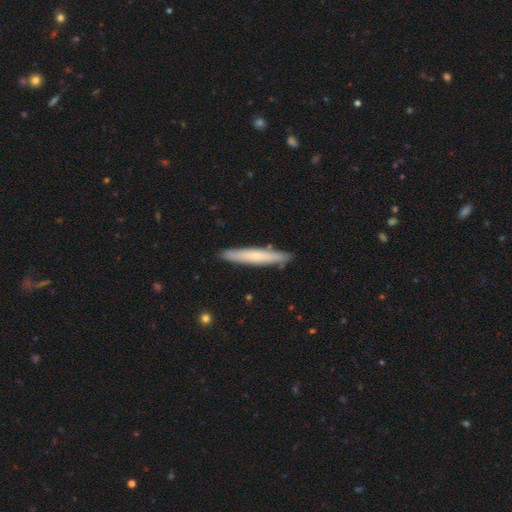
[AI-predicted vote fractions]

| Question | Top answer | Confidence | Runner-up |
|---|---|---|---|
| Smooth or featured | smooth | 59% | featured or disk (36%) |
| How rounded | cigar-shaped | 94% | in between (5%) |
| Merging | none | 89% | minor disturbance (8%) |